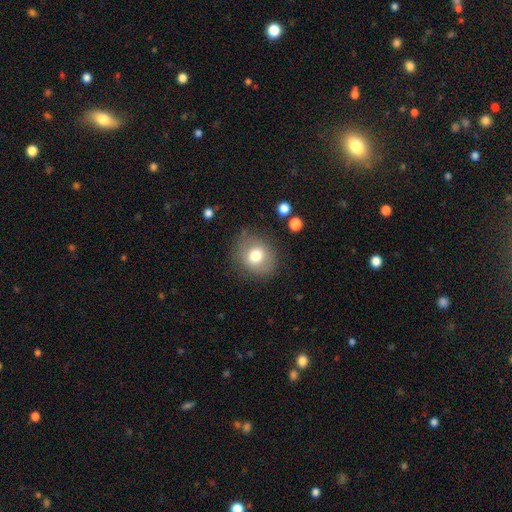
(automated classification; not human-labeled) Smooth or featured: smooth — 75% (featured or disk — 15%)
How rounded: round — 69% (in between — 30%)
Merging: none — 80% (minor disturbance — 13%)